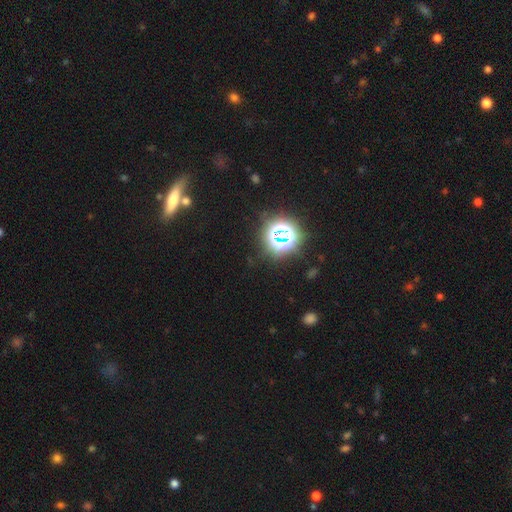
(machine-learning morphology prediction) This appears to be a star or artifact, not a galaxy (71%).